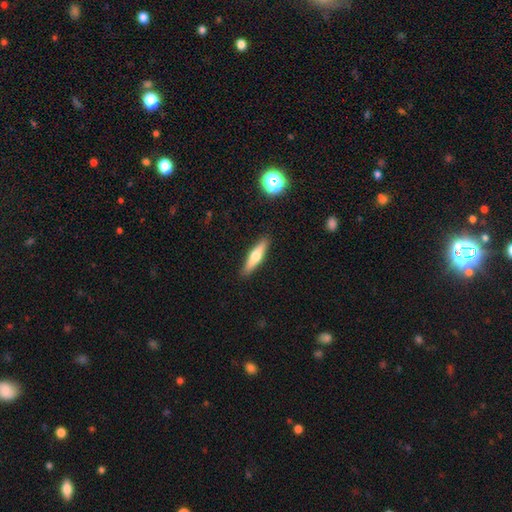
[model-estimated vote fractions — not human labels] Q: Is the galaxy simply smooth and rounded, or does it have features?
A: smooth — 50%.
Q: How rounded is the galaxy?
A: cigar-shaped — 78%.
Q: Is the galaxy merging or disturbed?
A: none — 90%.